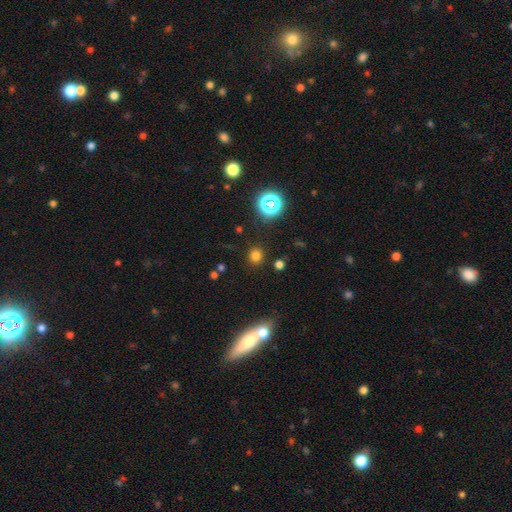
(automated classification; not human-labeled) smooth_or_featured: smooth (p=0.74) [alt: star or artifact p=0.21]
how_rounded: round (p=0.86) [alt: in between p=0.13]
merging: none (p=0.88) [alt: minor disturbance p=0.07]